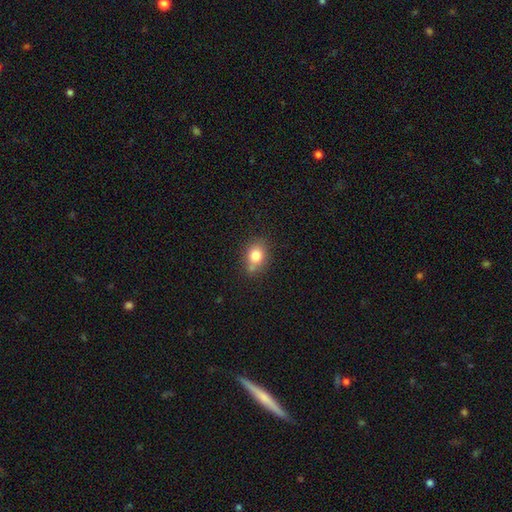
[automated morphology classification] type=smooth (79%); roundness=in between (53%); merging=none (64%).